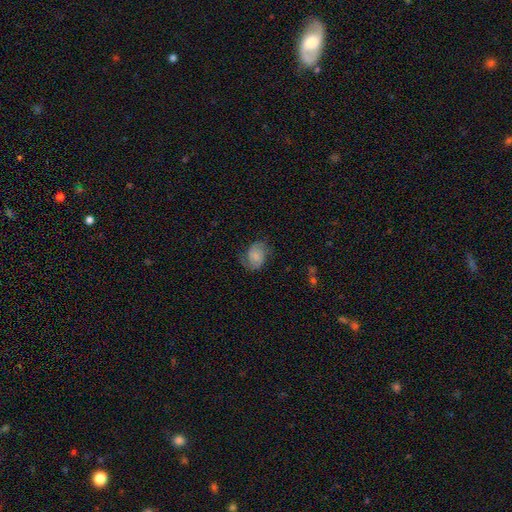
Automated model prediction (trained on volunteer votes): Morphology: type=smooth (51%); roundness=in between (67%); merging=none (60%).